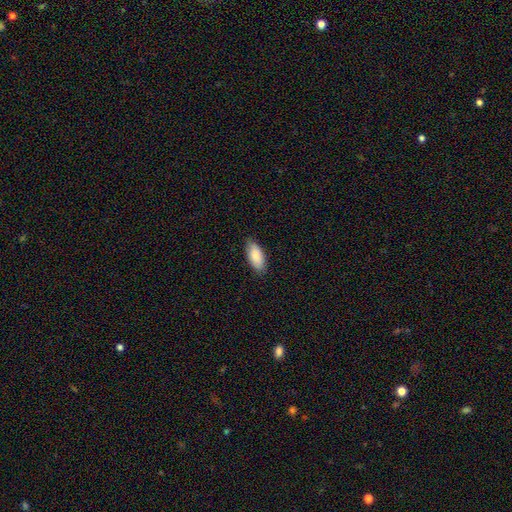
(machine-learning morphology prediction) smooth 86%, featured or disk 9%, star or artifact 6%. Down the decision tree: how rounded — in between (89%); merging — none (84%).